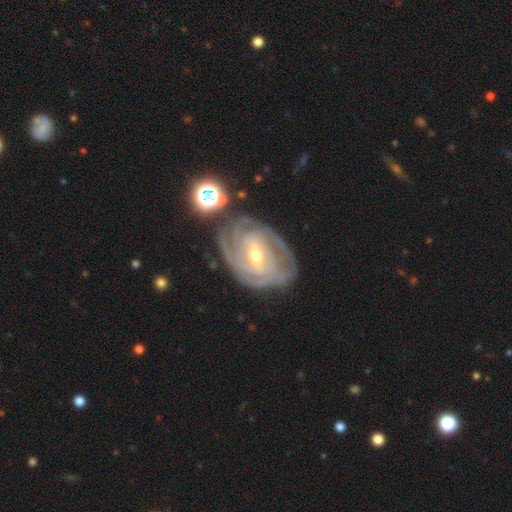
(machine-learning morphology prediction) Smooth or featured: featured or disk — 88% (smooth — 6%)
Edge-on disk: no — 97% (yes — 3%)
Bar: weak — 49% (strong — 31%)
Spiral arms: yes — 97% (no — 3%)
Spiral winding: tight — 75% (medium — 22%)
Spiral arm count: 3 — 27% (can't tell — 25%)
Bulge size: moderate — 48% (tied with small — 48%)
Merging: none — 72% (minor disturbance — 17%)